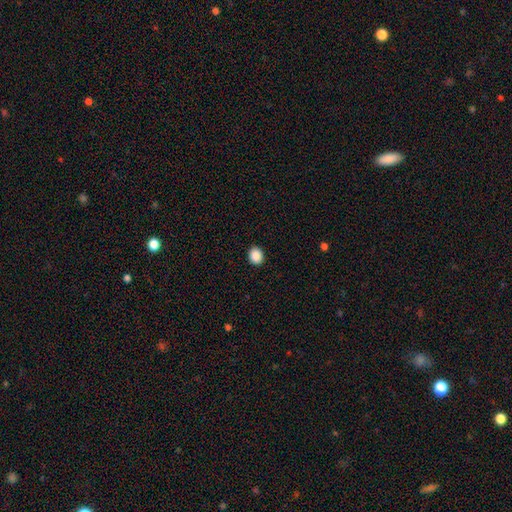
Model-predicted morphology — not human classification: The model was most divided on "how rounded": round: 57%, in between: 43%, cigar-shaped: 1%. More confident: merging — none (92%); smooth or featured — smooth (89%).